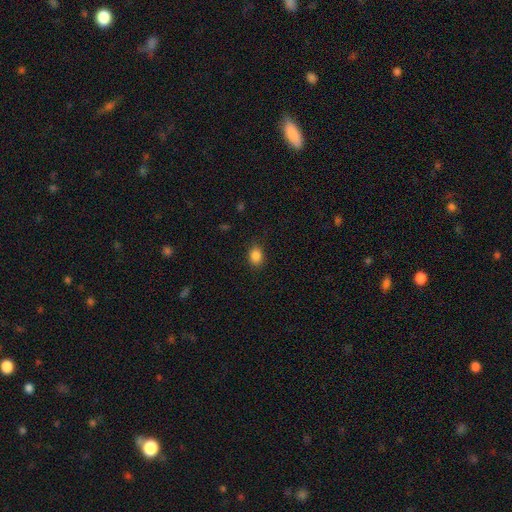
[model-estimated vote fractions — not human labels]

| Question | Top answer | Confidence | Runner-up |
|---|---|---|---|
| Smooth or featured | smooth | 86% | star or artifact (10%) |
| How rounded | in between | 61% | round (37%) |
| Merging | none | 86% | minor disturbance (10%) |